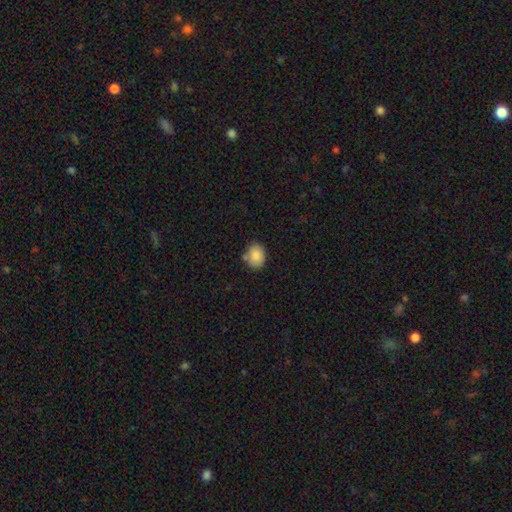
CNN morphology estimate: This appears to be a smooth galaxy with no disk features (86%) that is in between round and cigar-shaped (51%). Merging: none (73%).